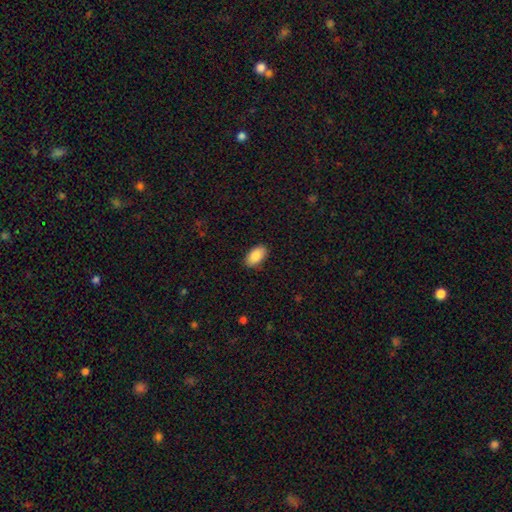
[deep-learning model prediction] Overall: smooth (89%). How rounded: in between (95%). Merging: none (88%).